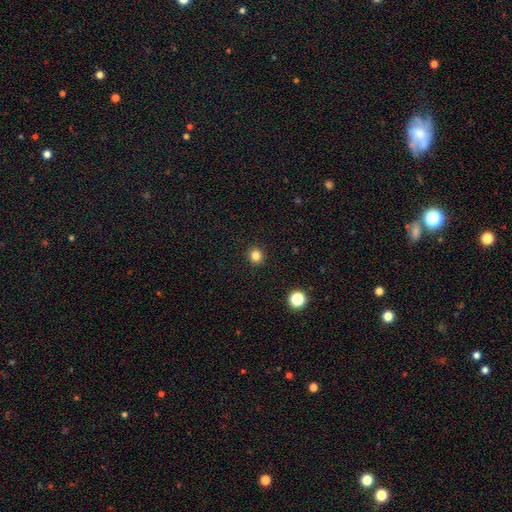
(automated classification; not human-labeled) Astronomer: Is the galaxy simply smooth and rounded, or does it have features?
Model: smooth — 82%.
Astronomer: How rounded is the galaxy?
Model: round — 90%.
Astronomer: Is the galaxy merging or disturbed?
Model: none — 92%.